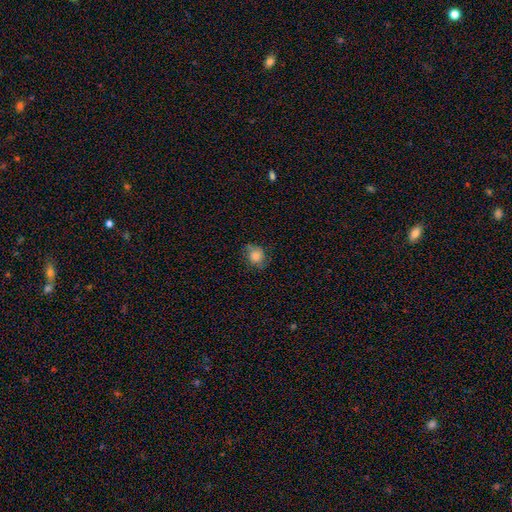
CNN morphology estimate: smooth 80%, featured or disk 10%, star or artifact 10%. Down the decision tree: how rounded — round (75%); merging — none (68%).